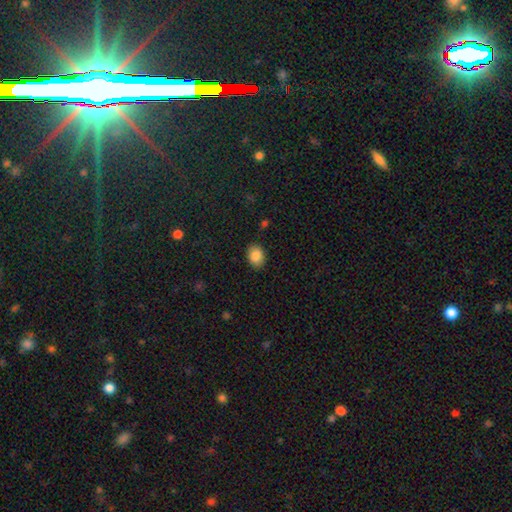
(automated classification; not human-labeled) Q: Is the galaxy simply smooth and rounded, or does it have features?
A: smooth — 87%.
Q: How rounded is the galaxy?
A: in between — 63%.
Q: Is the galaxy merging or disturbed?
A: none — 86%.